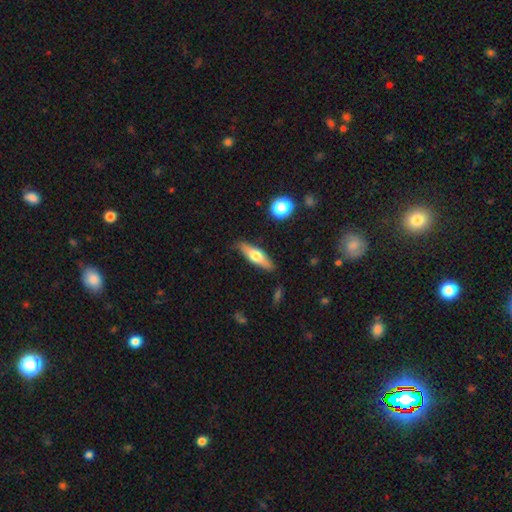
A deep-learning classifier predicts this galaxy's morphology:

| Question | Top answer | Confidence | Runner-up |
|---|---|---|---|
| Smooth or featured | smooth | 50% | featured or disk (44%) |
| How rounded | cigar-shaped | 58% | in between (39%) |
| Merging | none | 85% | minor disturbance (11%) |